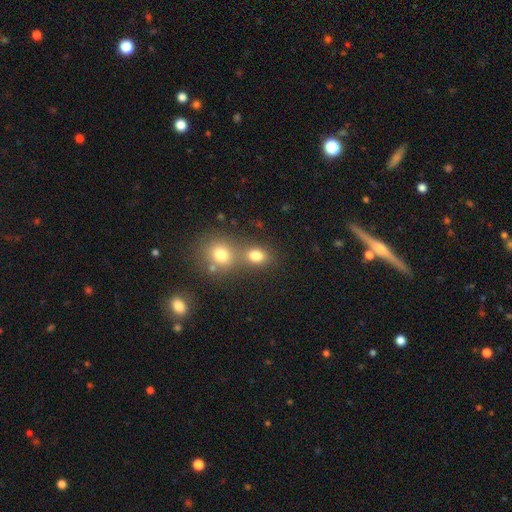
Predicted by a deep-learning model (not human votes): Q: Smooth or featured?
A: smooth (78%); runner-up: star or artifact (14%)
Q: How rounded?
A: round (55%); runner-up: in between (44%)
Q: Merging?
A: merger (44%); tied with: none (44%)